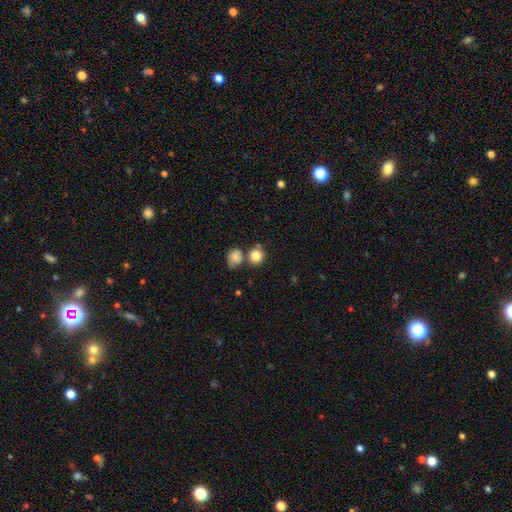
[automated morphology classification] The model was most divided on "merging": none: 63%, merger: 23%, minor disturbance: 10%, major disturbance: 3%. More confident: smooth or featured — smooth (84%); how rounded — round (83%).